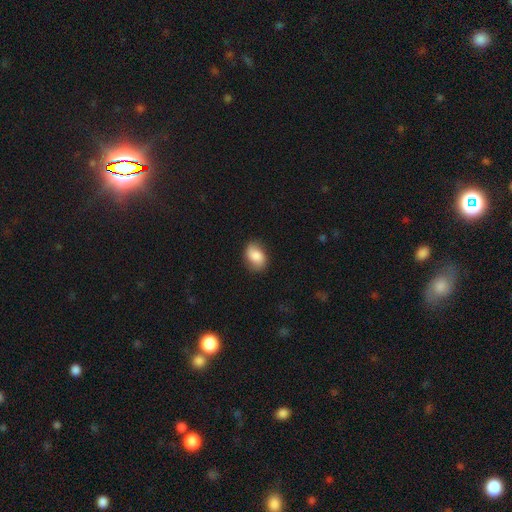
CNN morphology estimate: This appears to be a smooth galaxy with no disk features (80%) that is in between round and cigar-shaped (78%). Merging: none (79%).